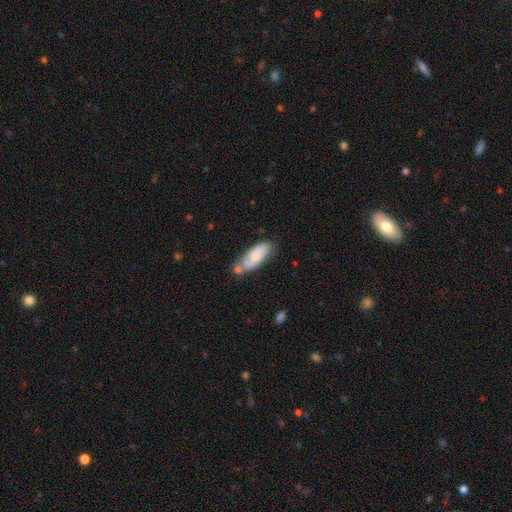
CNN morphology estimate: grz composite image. It shows a smooth galaxy with no disk features (66%) that is in between round and cigar-shaped (74%). Merging: none (55%).